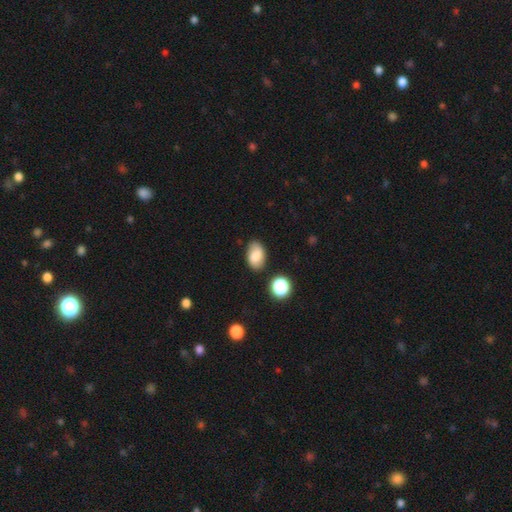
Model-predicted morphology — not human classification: This is likely a smooth galaxy (74%). How rounded: clearly in between (89%). Merging: likely none (78%).